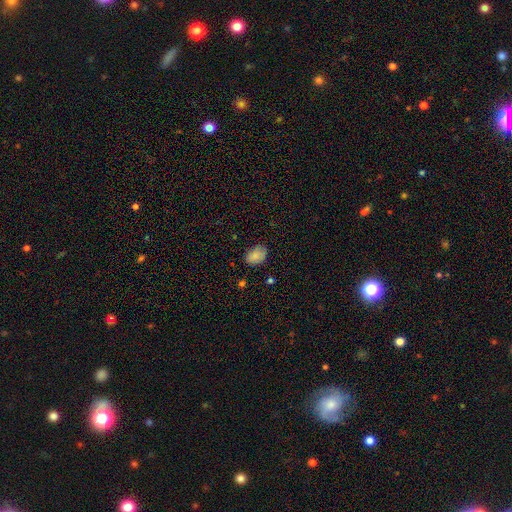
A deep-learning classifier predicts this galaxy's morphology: Q: Smooth or featured?
A: smooth (84%); runner-up: star or artifact (8%)
Q: How rounded?
A: in between (82%); runner-up: round (17%)
Q: Merging?
A: none (75%); runner-up: minor disturbance (20%)